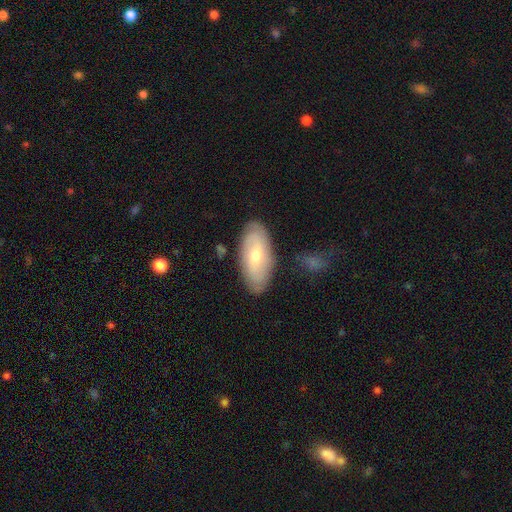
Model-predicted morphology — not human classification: Smooth or featured?
  - featured or disk: 54% *
  - smooth: 40%
  - star or artifact: 6%
Edge-on disk?
  - no: 88% *
  - yes: 12%
Merging?
  - none: 81% *
  - minor disturbance: 14%
  - major disturbance: 3%
  - merger: 2%